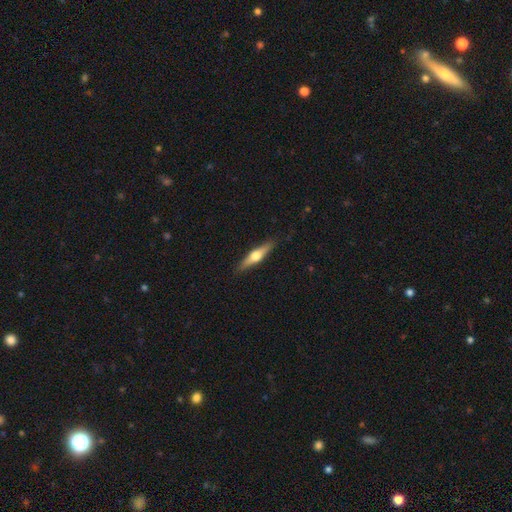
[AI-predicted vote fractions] smooth_or_featured: featured or disk (p=0.62) [alt: smooth p=0.33]
disk_edge_on: yes (p=0.96) [alt: no p=0.04]
edge_on_bulge: rounded (p=0.94) [alt: boxy p=0.04]
merging: none (p=0.89) [alt: minor disturbance p=0.08]